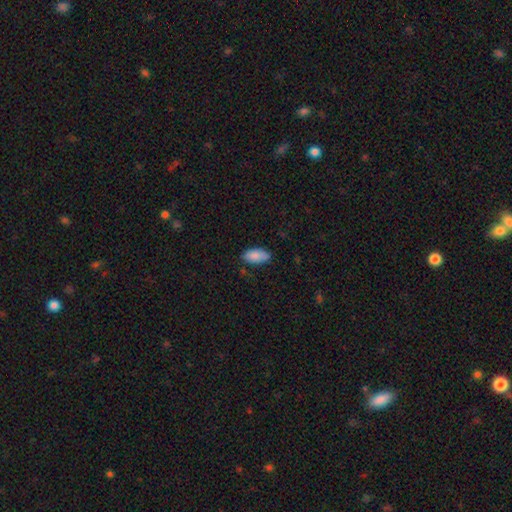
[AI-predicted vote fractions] Smooth or featured? Predicted: smooth (p=0.87). How rounded? Predicted: in between (p=0.91). Merging? Predicted: none (p=0.77).